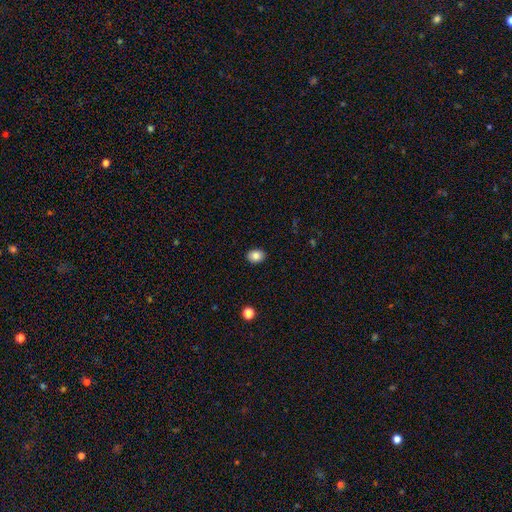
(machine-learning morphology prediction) Overall: smooth (84%). How rounded: in between (57%; round 42%). Merging: none (90%).